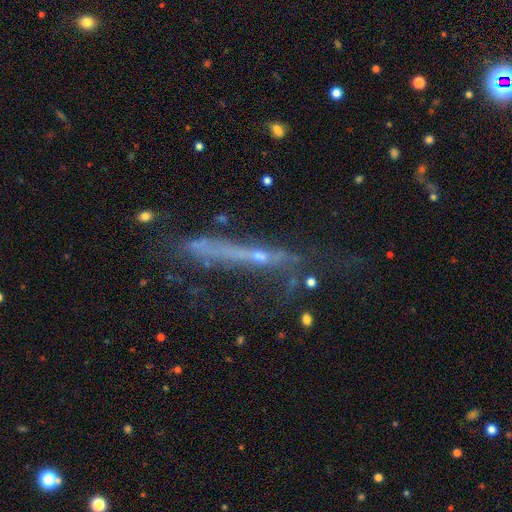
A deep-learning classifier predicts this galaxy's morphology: Smooth or featured: featured or disk — 61% (smooth — 24%)
Edge-on disk: yes — 73% (no — 27%)
Merging: none — 42% (major disturbance — 26%)